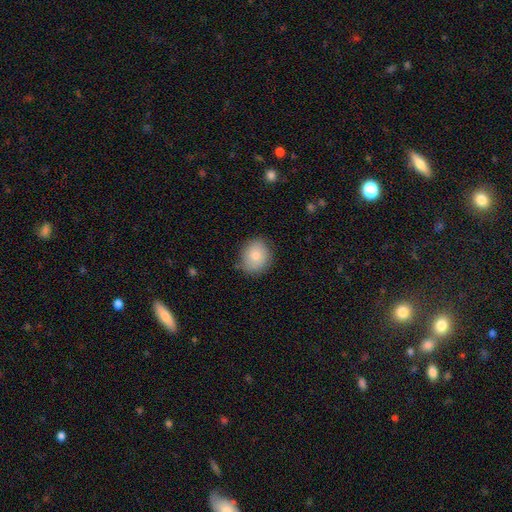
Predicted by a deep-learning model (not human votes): Overall: smooth (80%). How rounded: round (67%; in between 32%). Merging: none (79%).